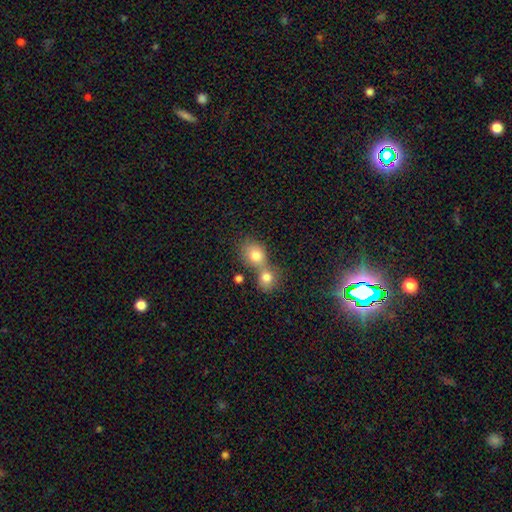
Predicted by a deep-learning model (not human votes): Smooth or featured?
  - smooth: 79% *
  - featured or disk: 11%
  - star or artifact: 10%
How rounded?
  - round: 62% *
  - in between: 37%
  - cigar-shaped: 1%
Merging?
  - merger: 59% *
  - none: 30%
  - minor disturbance: 7%
  - major disturbance: 3%